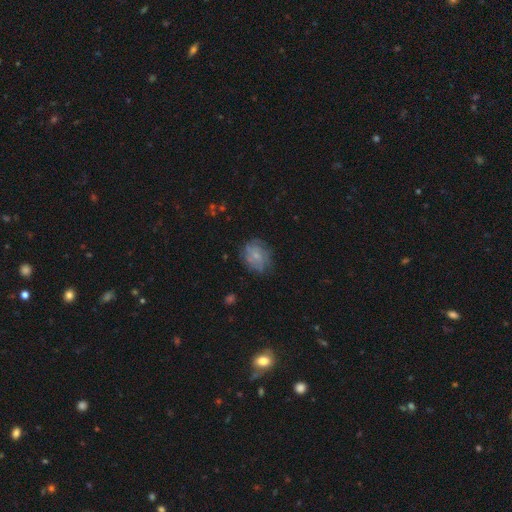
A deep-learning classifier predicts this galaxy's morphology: smooth_or_featured: featured or disk (p=0.51) [alt: smooth p=0.39]
disk_edge_on: no (p=0.97) [alt: yes p=0.03]
merging: none (p=0.67) [alt: minor disturbance p=0.22]